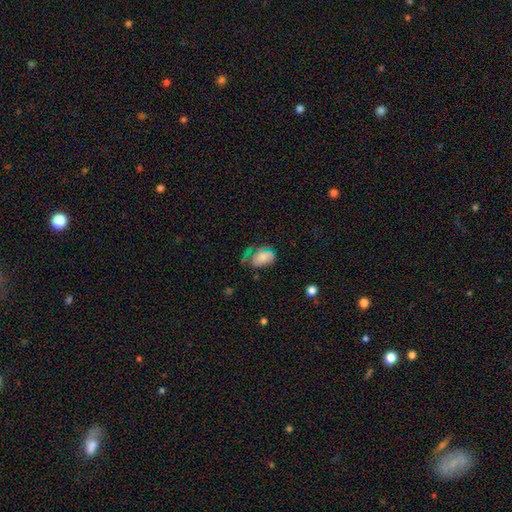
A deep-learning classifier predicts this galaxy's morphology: A smooth galaxy with no disk features (51%) that is in between round and cigar-shaped (82%).

Vote fractions:
- Smooth or featured? smooth: 51% / featured or disk: 39% / star or artifact: 11%
- How rounded? in between: 82% / round: 17% / cigar-shaped: 2%
- Merging? none: 36% / major disturbance: 31% / minor disturbance: 28% / merger: 5%